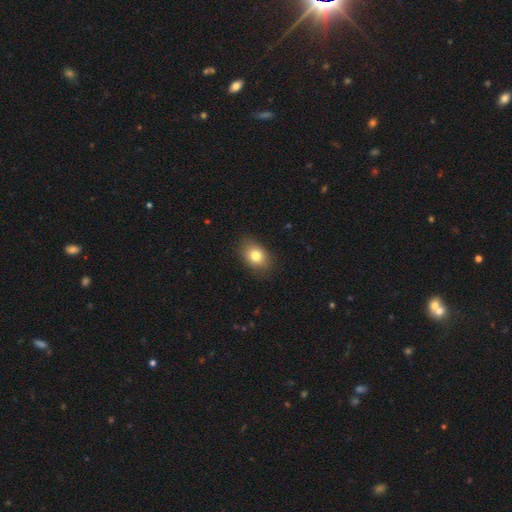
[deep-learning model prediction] Smooth or featured: smooth — 80% (featured or disk — 10%)
How rounded: in between — 73% (round — 26%)
Merging: none — 85% (minor disturbance — 11%)